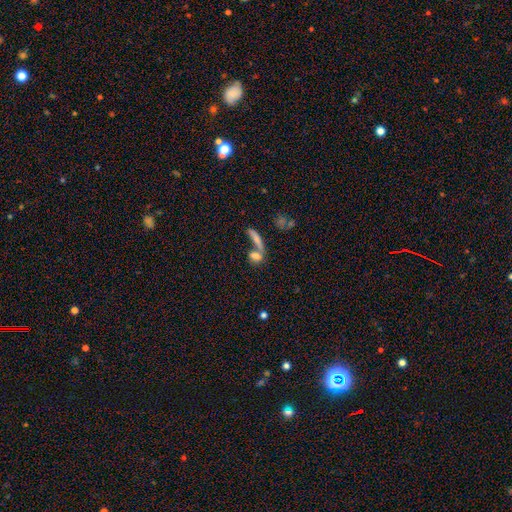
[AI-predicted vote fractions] Smooth or featured? smooth (70%)
How rounded? in between (51%)
Merging? merger (49%)